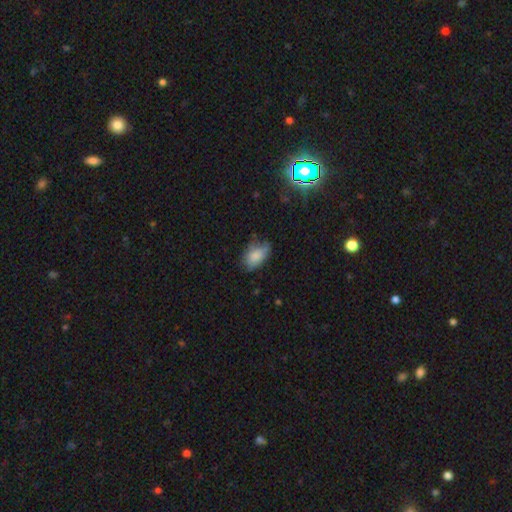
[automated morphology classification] smooth 80%, featured or disk 12%, star or artifact 8%. Down the decision tree: how rounded — in between (90%); merging — none (57%).